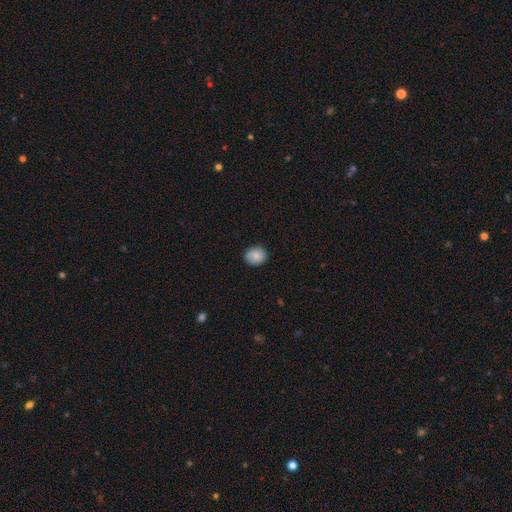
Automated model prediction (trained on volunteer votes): Morphology: type=smooth (86%); roundness=round (78%); merging=none (88%).